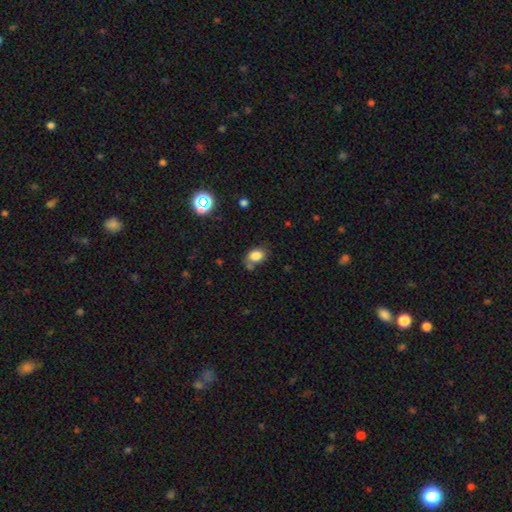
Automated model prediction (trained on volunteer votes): smooth_or_featured: smooth (p=0.81) [alt: star or artifact p=0.11]
how_rounded: in between (p=0.64) [alt: round p=0.35]
merging: none (p=0.59) [alt: minor disturbance p=0.21]